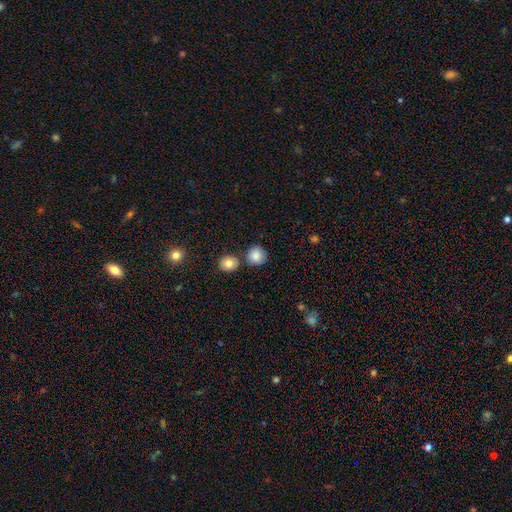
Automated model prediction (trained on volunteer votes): Morphology: type=smooth (85%); roundness=round (88%); merging=none (75%).